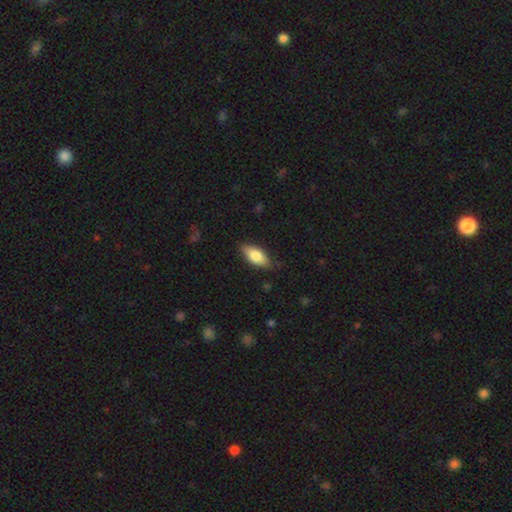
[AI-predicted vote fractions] A smooth galaxy with no disk features (78%) that is in between round and cigar-shaped (84%).

Vote fractions:
- Smooth or featured? smooth: 78% / featured or disk: 16% / star or artifact: 6%
- How rounded? in between: 84% / cigar-shaped: 13% / round: 3%
- Merging? none: 83% / minor disturbance: 14% / major disturbance: 3% / merger: 1%